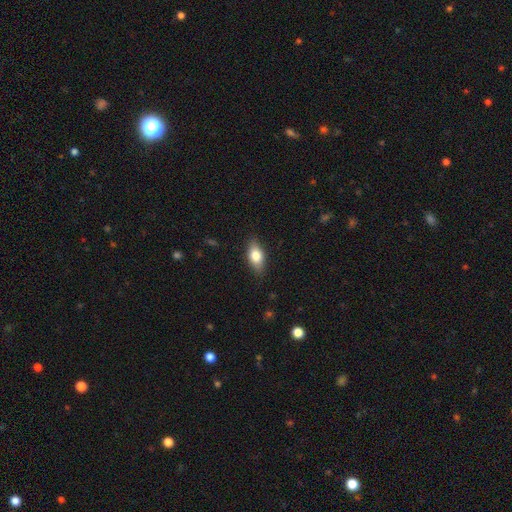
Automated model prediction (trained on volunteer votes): A smooth galaxy with no disk features (74%) that is in between round and cigar-shaped (84%). Merging: none (85%).